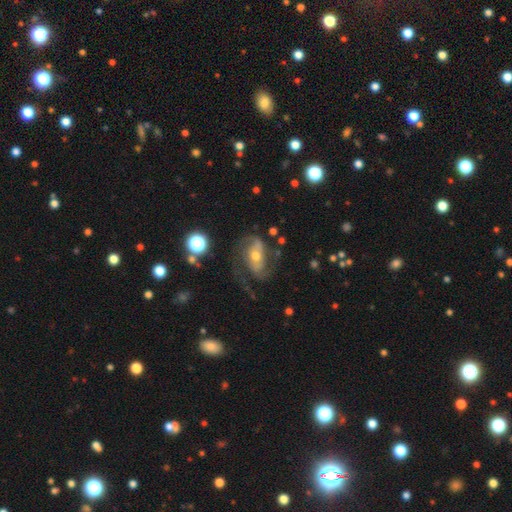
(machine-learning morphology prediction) This is likely a featured or disk galaxy (77%). It is clearly not viewed edge-on (96%). Bar: marginally no (42%). Spiral arm pattern: clearly yes (89%). Spiral arm count: likely 2 (69%). Spiral winding: possibly medium (47%). Central bulge: likely moderate (63%). Merging: possibly none (51%).